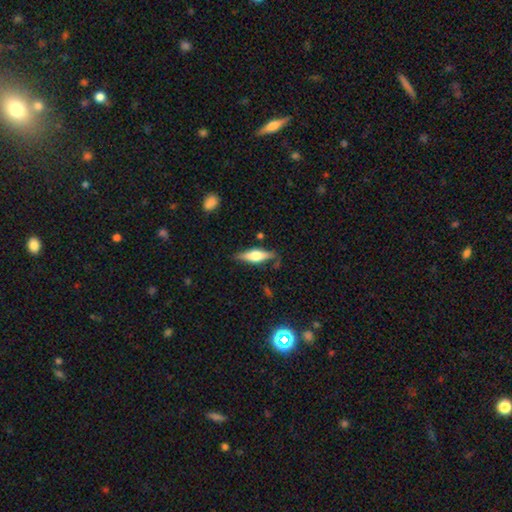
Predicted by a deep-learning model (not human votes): Q: Smooth or featured?
A: featured or disk (55%); runner-up: smooth (39%)
Q: Edge-on disk?
A: yes (94%); runner-up: no (6%)
Q: Edge-on bulge?
A: rounded (89%); runner-up: boxy (9%)
Q: Merging?
A: none (80%); runner-up: minor disturbance (14%)